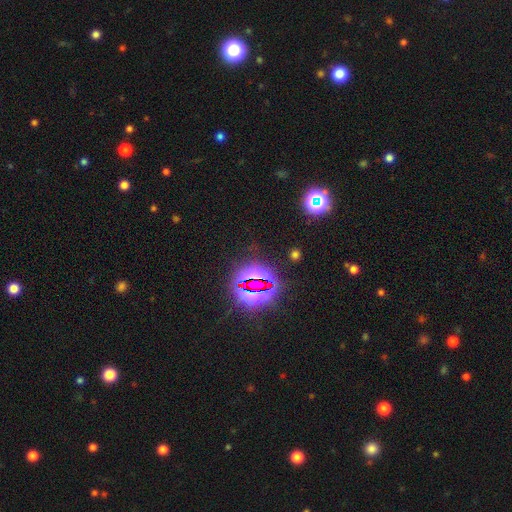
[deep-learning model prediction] Morphology: type=star or artifact (83%).